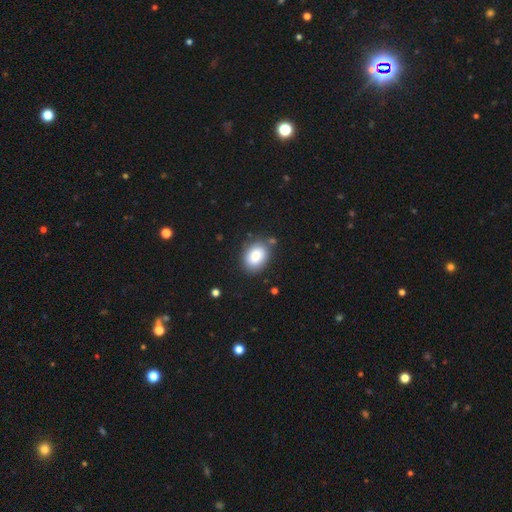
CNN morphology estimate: A smooth galaxy with no disk features (82%) that is in between round and cigar-shaped (69%). Merging: none (79%).